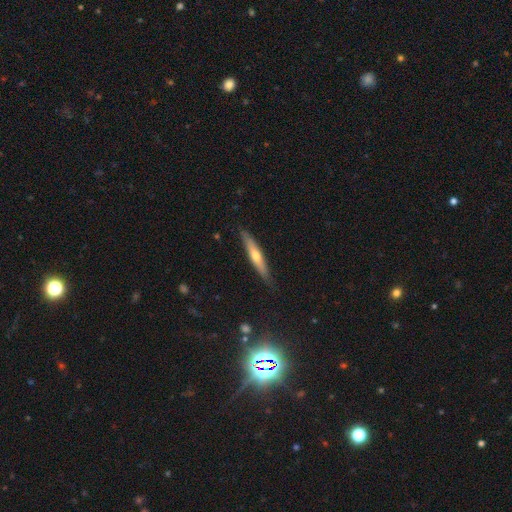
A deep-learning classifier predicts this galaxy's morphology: type=featured or disk (51%); edge-on=yes (90%); merging=none (84%).